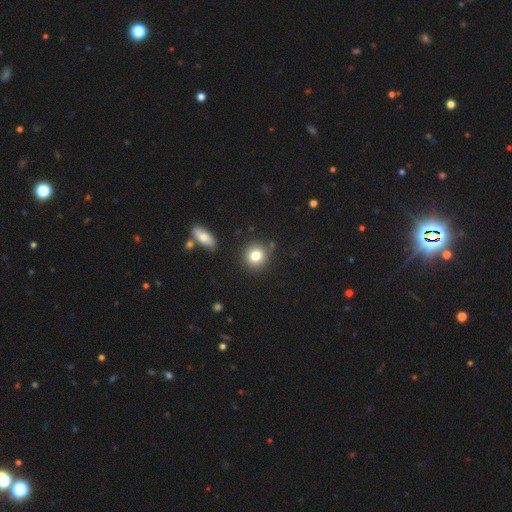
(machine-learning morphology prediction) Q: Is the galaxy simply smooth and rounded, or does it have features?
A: smooth — 80%.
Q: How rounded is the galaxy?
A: round — 88%.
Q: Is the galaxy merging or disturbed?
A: none — 83%.